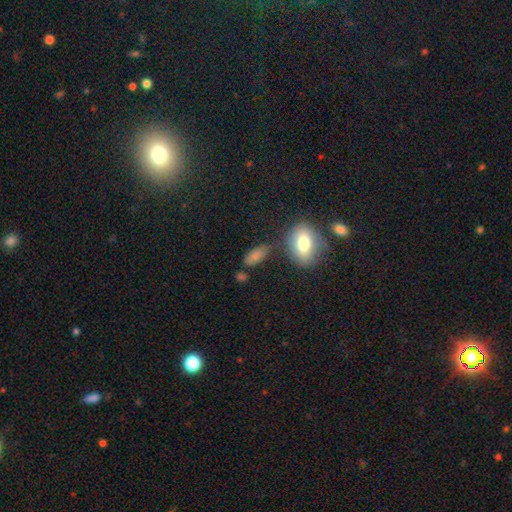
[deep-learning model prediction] Overall: smooth (80%). How rounded: in between (78%). Merging: none (65%).